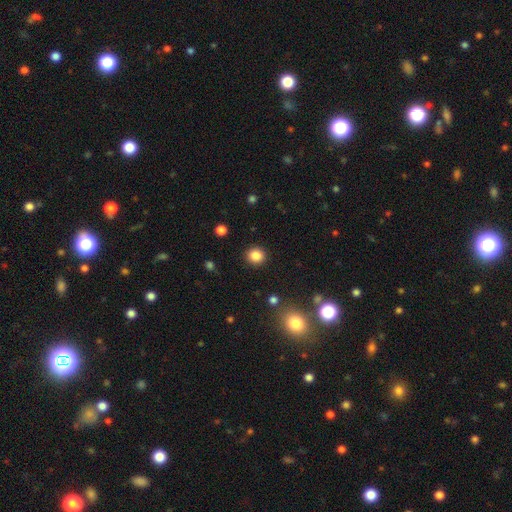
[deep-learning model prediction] smooth-or-featured: smooth: 85% | star or artifact: 11% | featured or disk: 4%
  how-rounded: round: 88% | in between: 11% | cigar-shaped: 1%
  merging: none: 91% | minor disturbance: 5% | major disturbance: 2% | merger: 1%